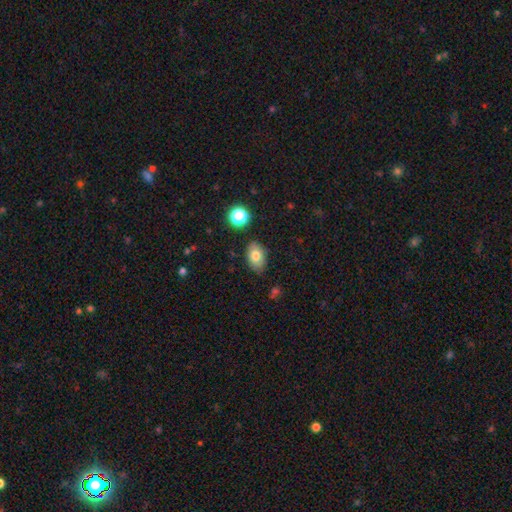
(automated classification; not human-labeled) smooth 77%, featured or disk 14%, star or artifact 9%. Down the decision tree: how rounded — in between (83%); merging — none (81%).